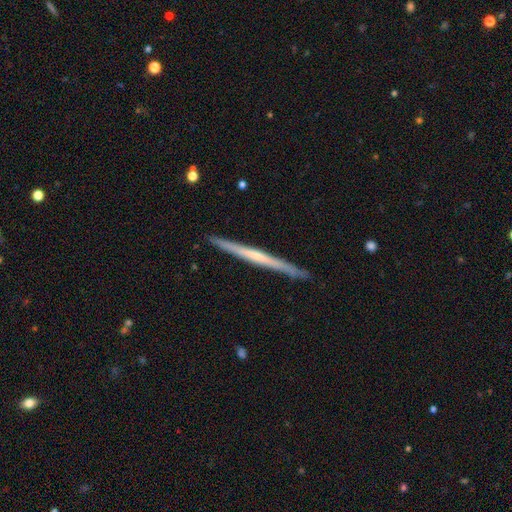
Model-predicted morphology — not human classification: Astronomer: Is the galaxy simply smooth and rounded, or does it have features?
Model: featured or disk — 63%.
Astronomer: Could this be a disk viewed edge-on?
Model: yes — 98%.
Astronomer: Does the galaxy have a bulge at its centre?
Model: none — 71%.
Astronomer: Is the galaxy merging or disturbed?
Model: none — 91%.